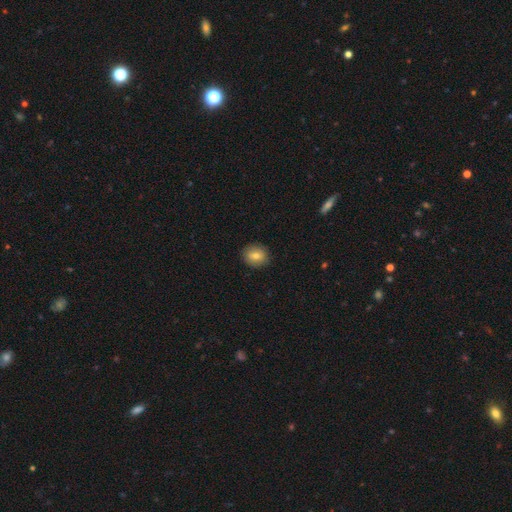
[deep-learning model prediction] Smooth or featured? Predicted: smooth (p=0.78). How rounded? Predicted: round (p=0.74). Merging? Predicted: none (p=0.89).